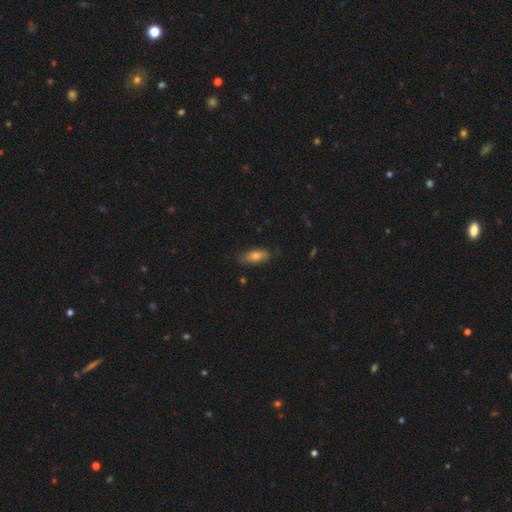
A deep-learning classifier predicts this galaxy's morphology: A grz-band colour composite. It shows a smooth galaxy with no disk features (71%) that is in between round and cigar-shaped (77%). Merging: none (75%).